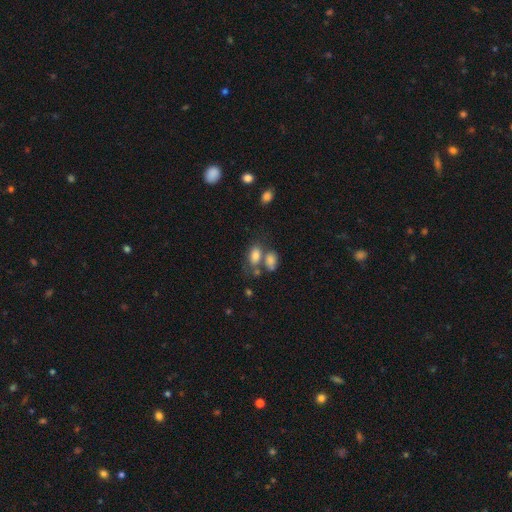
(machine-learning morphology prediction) Overall: smooth (79%). How rounded: in between (87%). Merging: none (41%; merger 38%).